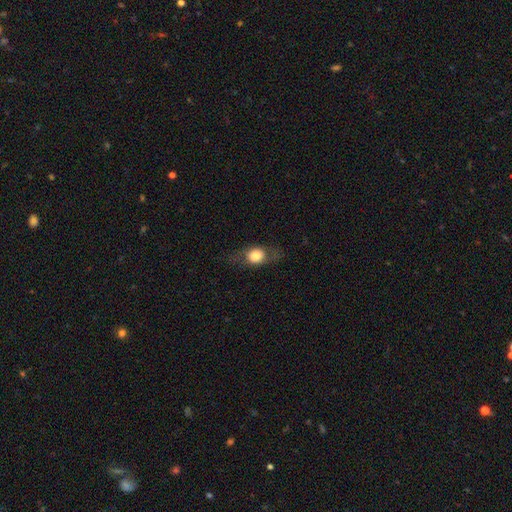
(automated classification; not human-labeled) smooth 61%, featured or disk 31%, star or artifact 8%. Down the decision tree: how rounded — round (50%); merging — none (75%).